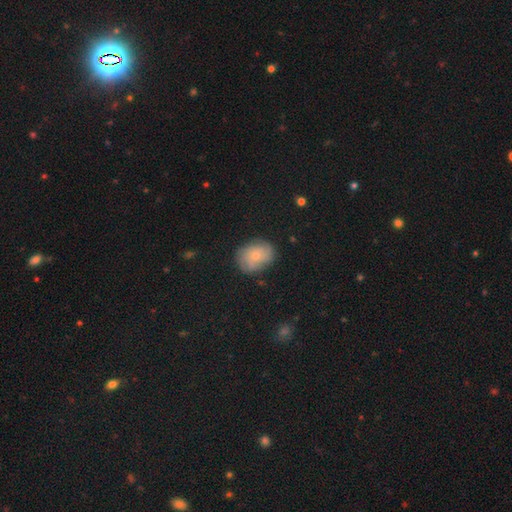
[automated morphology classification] Smooth or featured? smooth (53%)
How rounded? in between (54%)
Merging? none (72%)